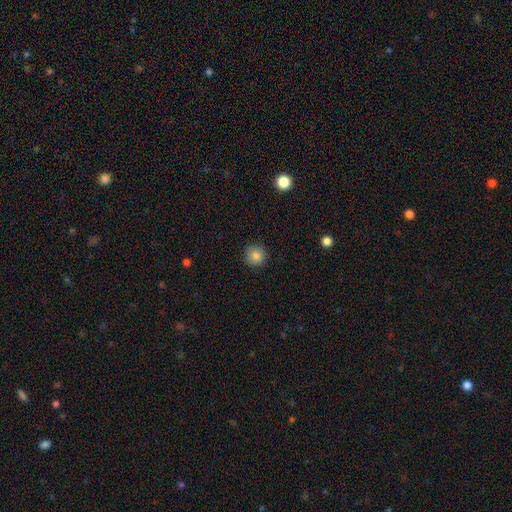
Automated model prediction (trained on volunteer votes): Overall: smooth (85%). How rounded: round (94%). Merging: none (91%).